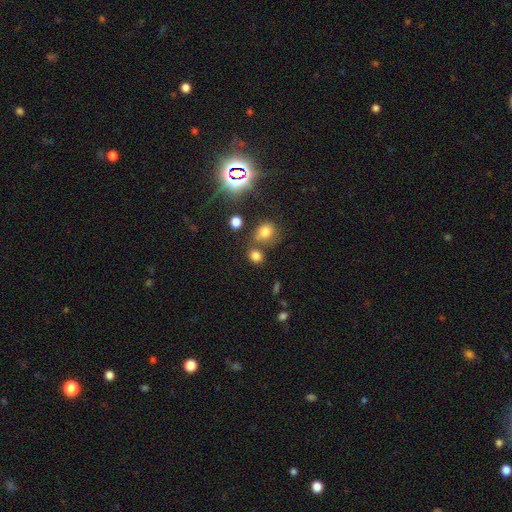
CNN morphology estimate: smooth-or-featured: smooth: 74% | star or artifact: 19% | featured or disk: 7%
  how-rounded: round: 61% | in between: 38% | cigar-shaped: 2%
  merging: none: 63% | merger: 20% | minor disturbance: 12% | major disturbance: 5%